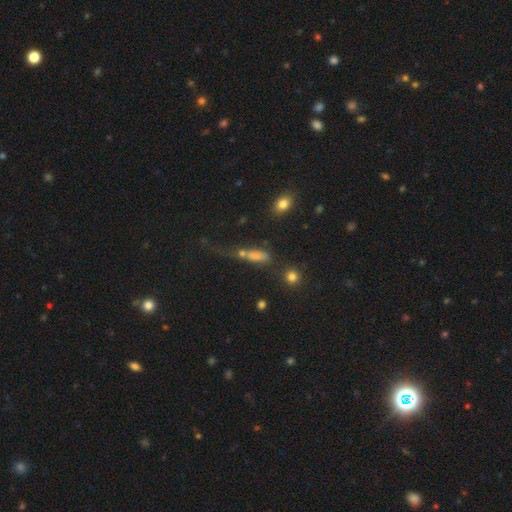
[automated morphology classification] Smooth or featured? Predicted: smooth (p=0.71). How rounded? Predicted: in between (p=0.56). Merging? Predicted: none (p=0.33).